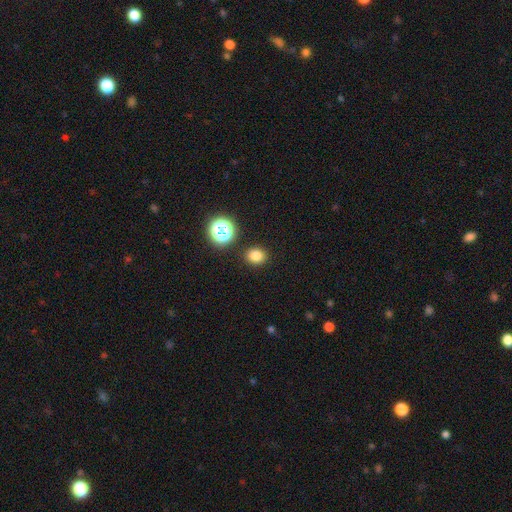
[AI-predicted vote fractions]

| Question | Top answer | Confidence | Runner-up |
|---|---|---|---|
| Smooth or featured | smooth | 79% | star or artifact (16%) |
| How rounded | round | 63% | in between (36%) |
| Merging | none | 88% | minor disturbance (7%) |